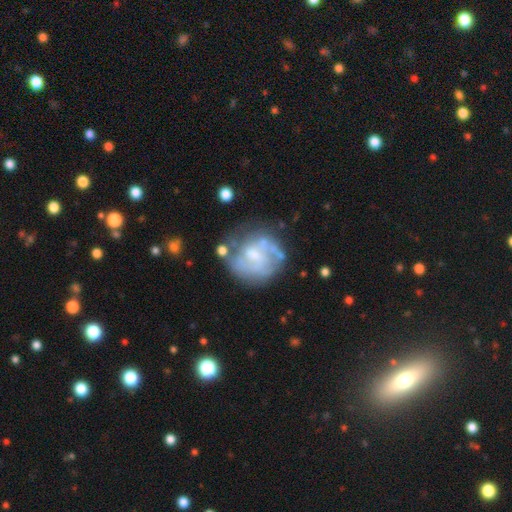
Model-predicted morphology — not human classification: smooth-or-featured: featured or disk: 67% | smooth: 25% | star or artifact: 8%
  disk-edge-on: no: 98% | yes: 2%
    bar: no: 54% | weak: 38% | strong: 8%
    has-spiral-arms: yes: 60% | no: 40%
    bulge-size: moderate: 38% | small: 36% | none: 20% | large: 5% | dominant: 1%
  merging: none: 58% | minor disturbance: 20% | major disturbance: 16% | merger: 7%